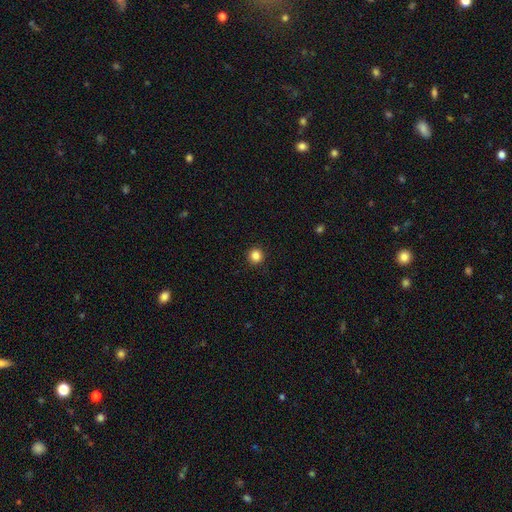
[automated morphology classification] Overall: smooth (85%). How rounded: round (95%). Merging: none (93%).